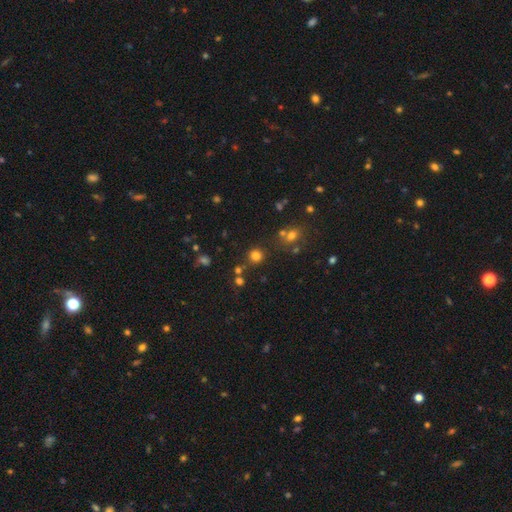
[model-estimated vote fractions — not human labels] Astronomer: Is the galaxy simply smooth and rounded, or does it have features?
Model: smooth — 76%.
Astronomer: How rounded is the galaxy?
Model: round — 91%.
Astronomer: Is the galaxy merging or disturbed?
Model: none — 80%.